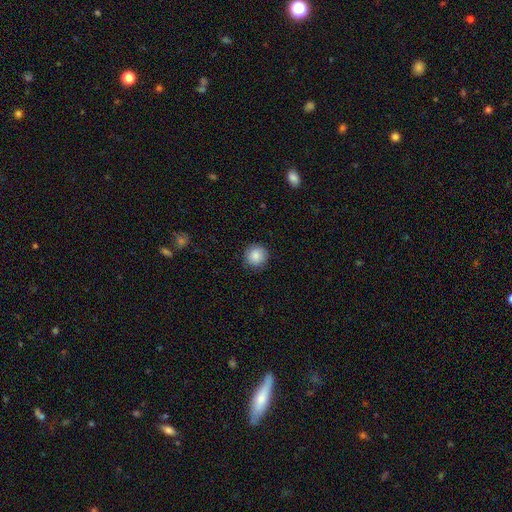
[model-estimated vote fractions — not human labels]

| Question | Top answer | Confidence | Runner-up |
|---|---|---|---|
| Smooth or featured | smooth | 87% | star or artifact (8%) |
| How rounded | round | 94% | in between (5%) |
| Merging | none | 89% | minor disturbance (8%) |